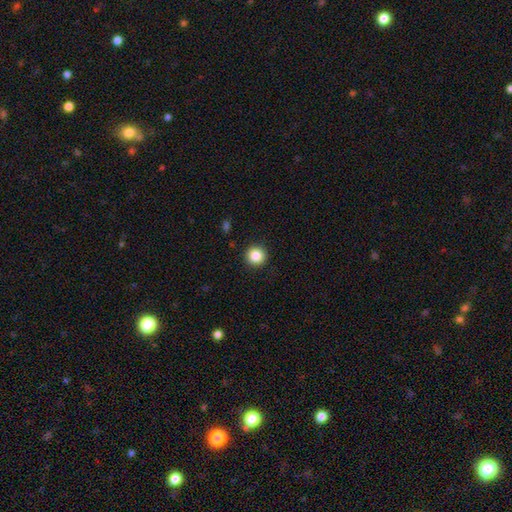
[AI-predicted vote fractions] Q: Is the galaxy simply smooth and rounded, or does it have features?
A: smooth — 86%.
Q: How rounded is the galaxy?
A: round — 95%.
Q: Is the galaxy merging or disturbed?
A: none — 92%.